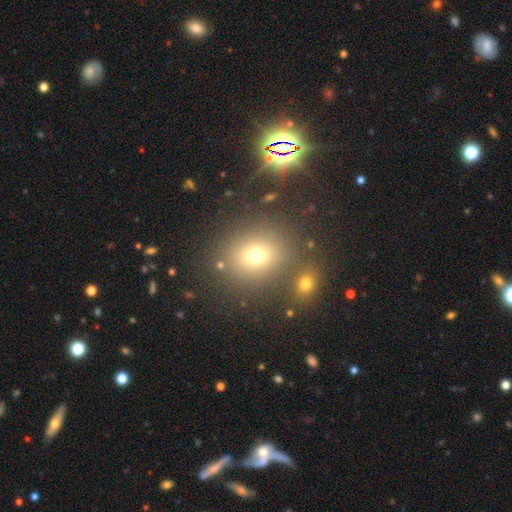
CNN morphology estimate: Overall: smooth (67%). How rounded: round (73%). Merging: none (77%).